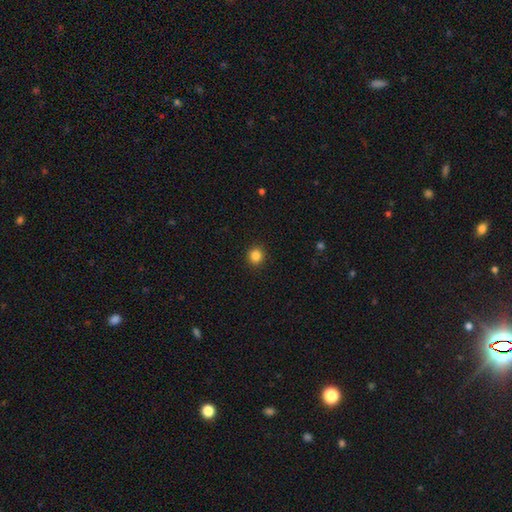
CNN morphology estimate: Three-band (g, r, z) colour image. It shows a smooth galaxy with no disk features (85%) that is round (93%). Merging: none (92%).